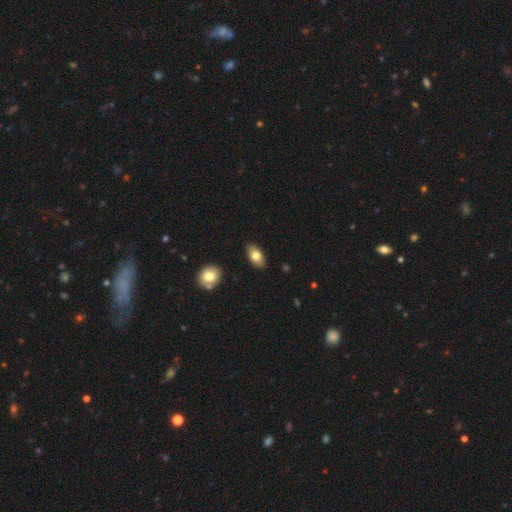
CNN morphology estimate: smooth-or-featured: smooth: 77% | featured or disk: 16% | star or artifact: 7%
  how-rounded: in between: 91% | round: 5% | cigar-shaped: 4%
  merging: none: 87% | minor disturbance: 9% | major disturbance: 2% | merger: 2%